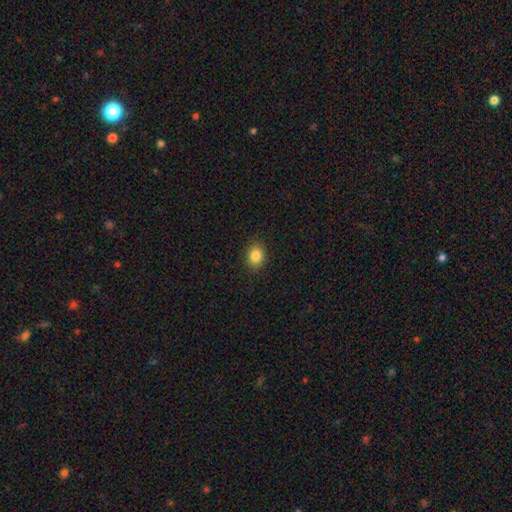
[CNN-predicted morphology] A smooth galaxy with no disk features (85%) that is in between round and cigar-shaped (53%). Merging: none (88%).